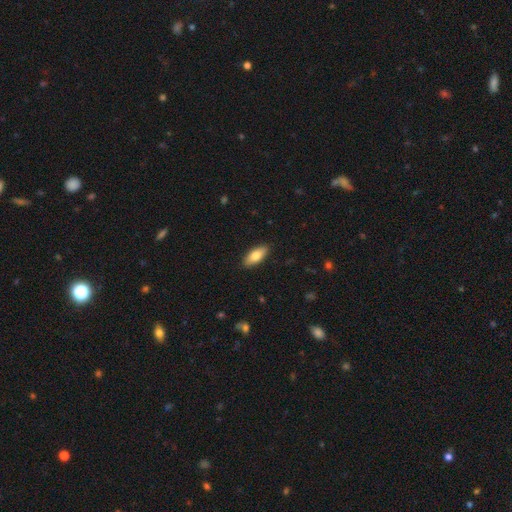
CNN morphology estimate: Smooth or featured? smooth (78%)
How rounded? in between (81%)
Merging? none (89%)